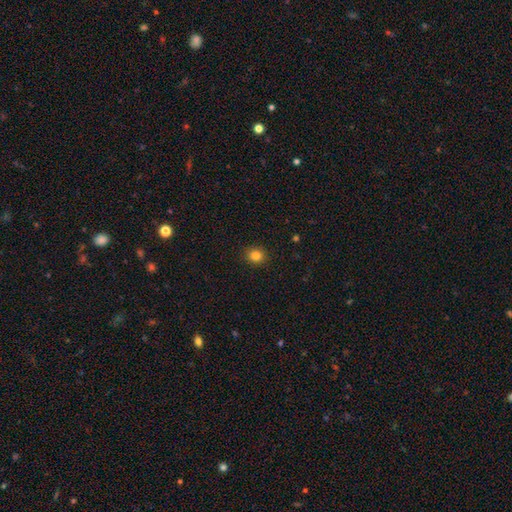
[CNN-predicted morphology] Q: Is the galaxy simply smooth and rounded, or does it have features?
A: smooth — 84%.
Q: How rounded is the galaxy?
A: round — 86%.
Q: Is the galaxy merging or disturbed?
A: none — 91%.